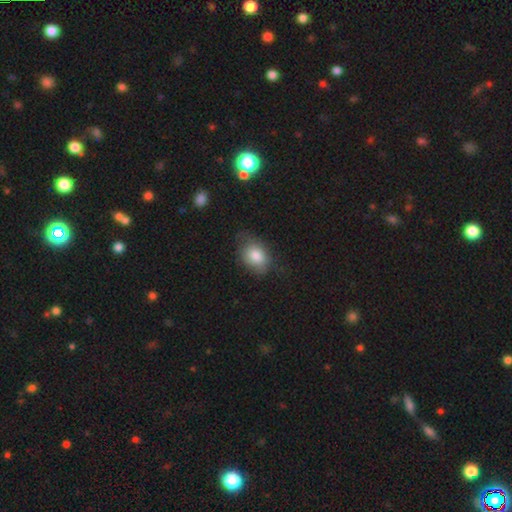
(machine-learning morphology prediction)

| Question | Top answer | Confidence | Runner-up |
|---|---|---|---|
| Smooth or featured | smooth | 80% | featured or disk (12%) |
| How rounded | in between | 74% | round (25%) |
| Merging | none | 55% | minor disturbance (31%) |